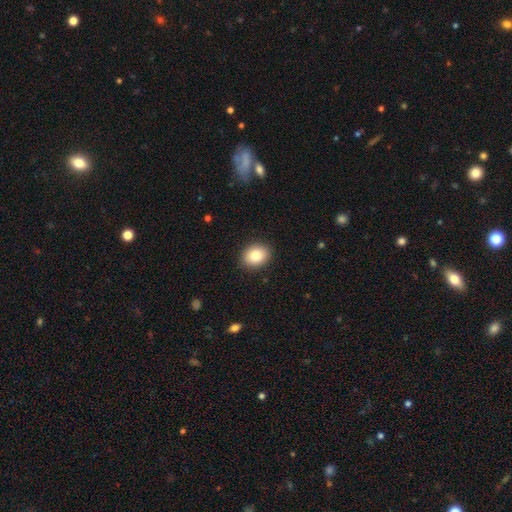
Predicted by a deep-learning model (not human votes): smooth 82%, featured or disk 9%, star or artifact 9%. Down the decision tree: how rounded — round (50%); merging — none (90%).